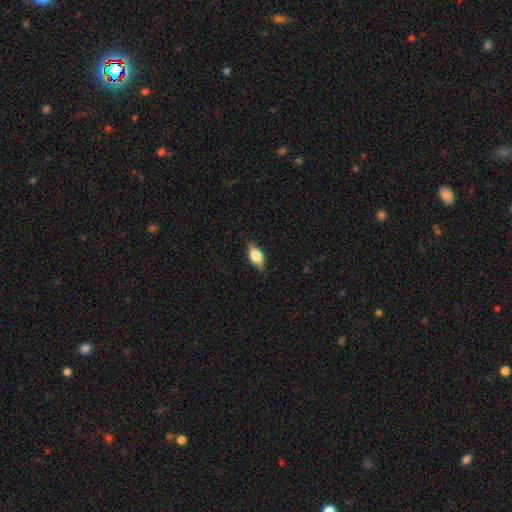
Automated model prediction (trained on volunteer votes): smooth-or-featured: smooth: 54% | featured or disk: 38% | star or artifact: 8%
  how-rounded: in between: 80% | cigar-shaped: 12% | round: 8%
  merging: none: 82% | minor disturbance: 14% | major disturbance: 3% | merger: 1%